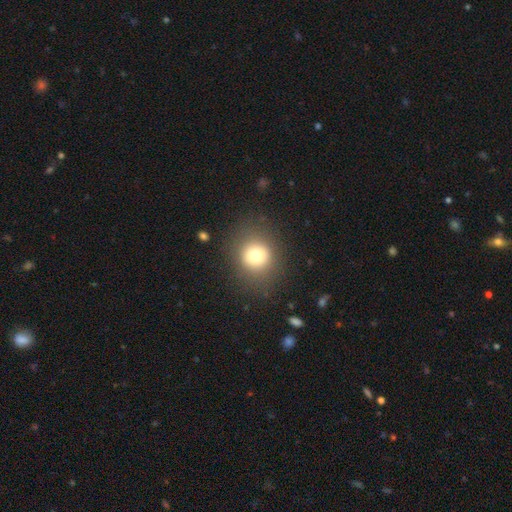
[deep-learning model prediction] Smooth or featured? Predicted: smooth (p=0.75). How rounded? Predicted: round (p=0.85). Merging? Predicted: none (p=0.84).